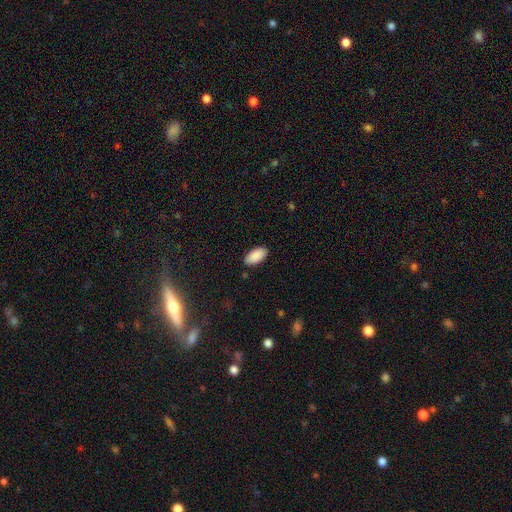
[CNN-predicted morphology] A smooth galaxy with no disk features (90%) that is in between round and cigar-shaped (95%). Merging: none (88%).